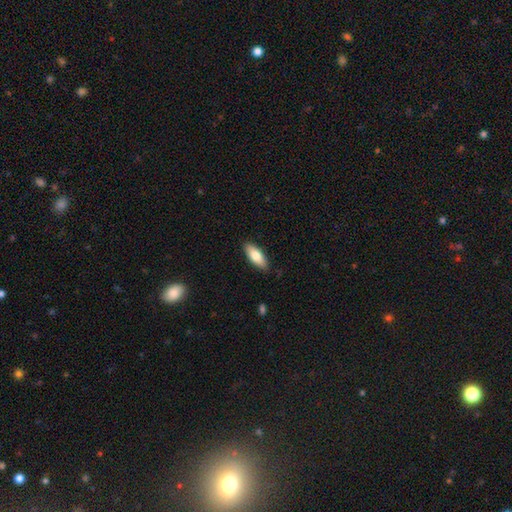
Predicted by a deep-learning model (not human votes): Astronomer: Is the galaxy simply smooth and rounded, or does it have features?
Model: smooth — 75%.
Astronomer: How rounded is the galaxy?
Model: in between — 72%.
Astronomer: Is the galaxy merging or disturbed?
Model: none — 88%.